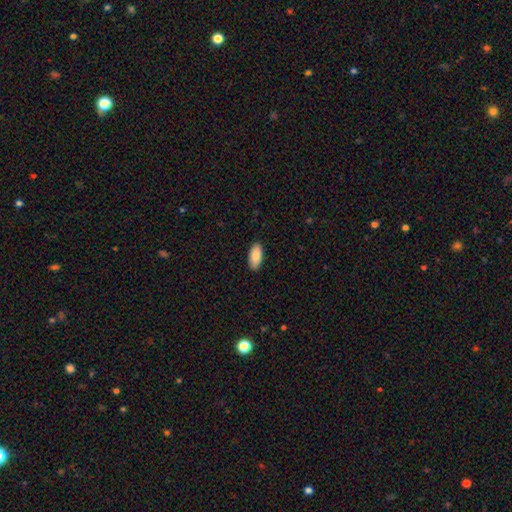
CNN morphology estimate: A smooth galaxy with no disk features (86%) that is in between round and cigar-shaped (91%).

Vote fractions:
- Smooth or featured? smooth: 86% / featured or disk: 8% / star or artifact: 6%
- How rounded? in between: 91% / cigar-shaped: 7% / round: 2%
- Merging? none: 90% / minor disturbance: 8% / major disturbance: 2% / merger: 1%